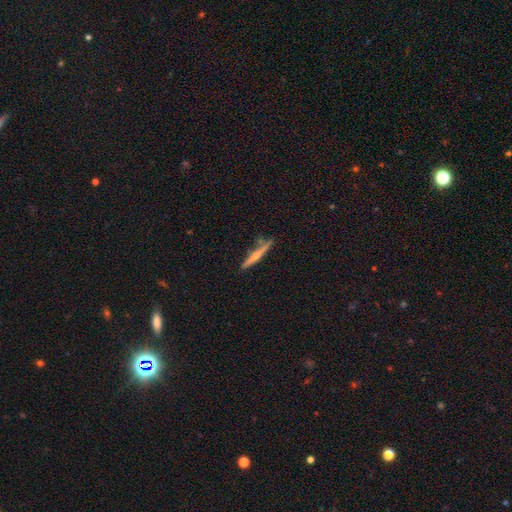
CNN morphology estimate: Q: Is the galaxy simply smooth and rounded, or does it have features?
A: featured or disk — 56%.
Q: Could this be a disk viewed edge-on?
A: yes — 97%.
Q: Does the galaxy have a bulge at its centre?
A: rounded — 74%.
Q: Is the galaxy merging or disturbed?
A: none — 81%.